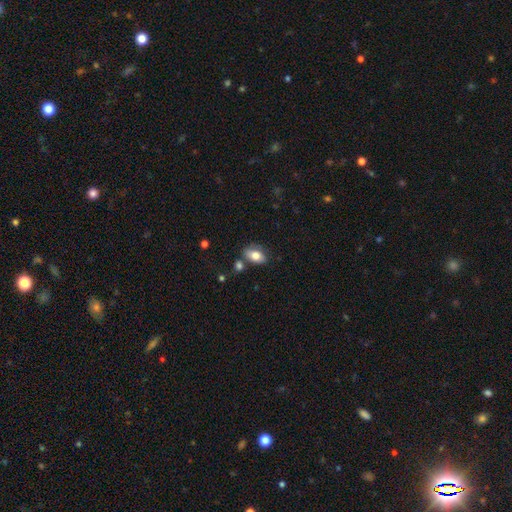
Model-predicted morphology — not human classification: smooth 75%, featured or disk 17%, star or artifact 8%. Down the decision tree: how rounded — in between (88%); merging — none (64%).